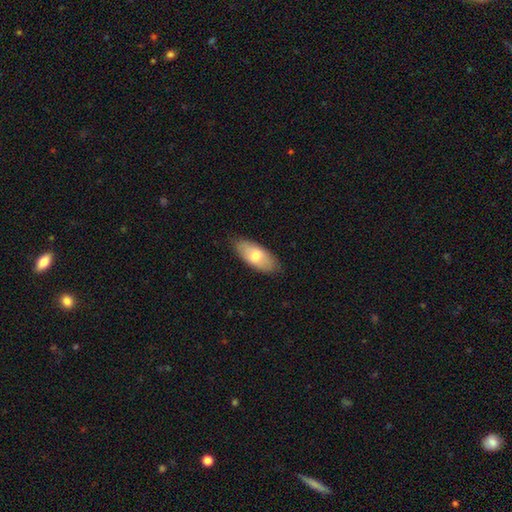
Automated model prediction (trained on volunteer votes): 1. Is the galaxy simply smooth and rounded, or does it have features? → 68% smooth, 26% featured or disk, 6% star or artifact.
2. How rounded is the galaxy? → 87% in between, 10% cigar-shaped, 3% round.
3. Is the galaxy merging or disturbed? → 83% none, 13% minor disturbance, 2% major disturbance, 1% merger.